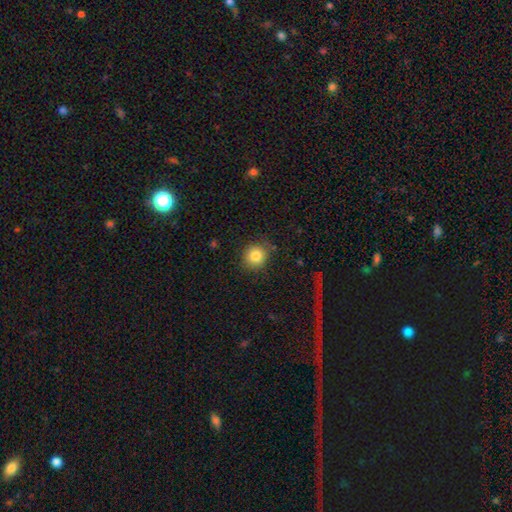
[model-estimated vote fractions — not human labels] Smooth or featured?
  - smooth: 82% *
  - star or artifact: 11%
  - featured or disk: 7%
How rounded?
  - round: 88% *
  - in between: 12%
  - cigar-shaped: 1%
Merging?
  - none: 84% *
  - minor disturbance: 11%
  - major disturbance: 3%
  - merger: 2%